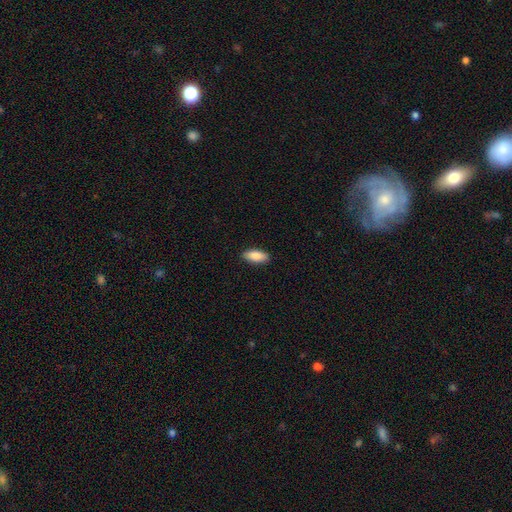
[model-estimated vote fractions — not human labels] Morphology: type=smooth (88%); roundness=in between (84%); merging=none (89%).